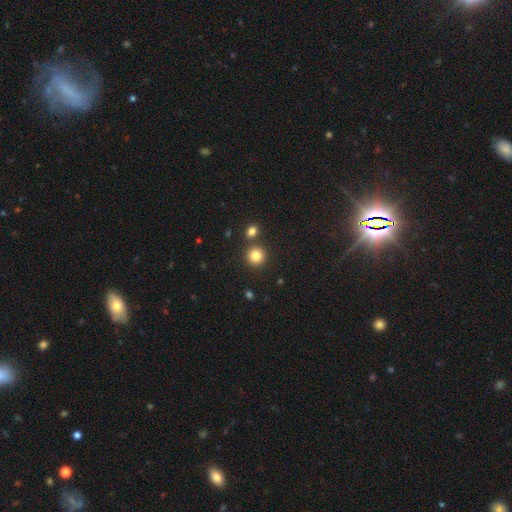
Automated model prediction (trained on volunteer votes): Overall: smooth (83%). How rounded: round (92%). Merging: none (80%).